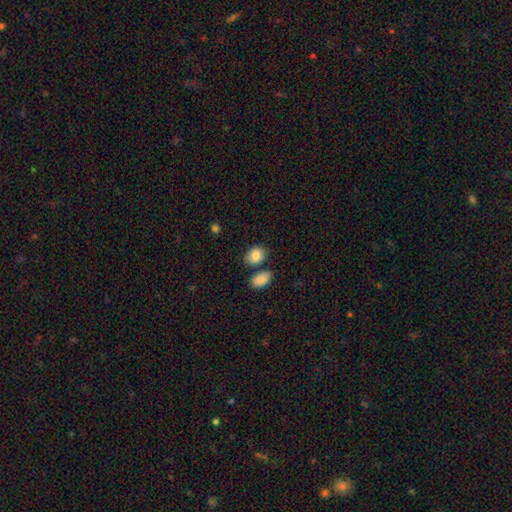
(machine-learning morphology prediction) Overall: smooth (85%). How rounded: in between (75%). Merging: none (68%).